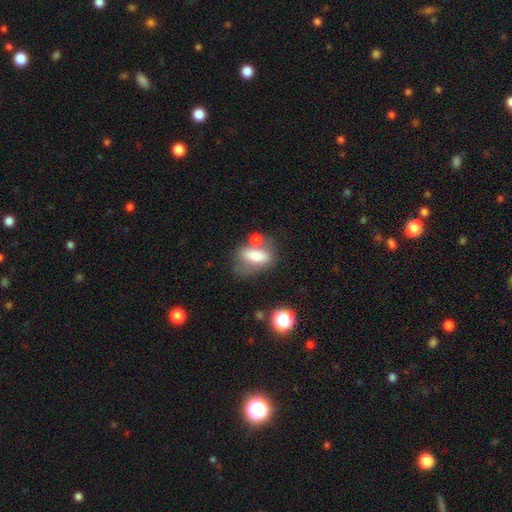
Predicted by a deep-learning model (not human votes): A smooth galaxy with no disk features (71%) that is in between round and cigar-shaped (82%). Merging: none (41%).